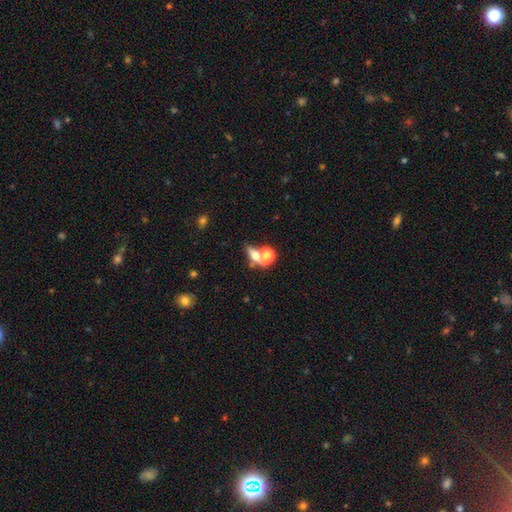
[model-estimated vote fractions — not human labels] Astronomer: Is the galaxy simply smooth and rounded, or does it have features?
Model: smooth — 60%.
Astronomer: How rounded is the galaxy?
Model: in between — 50% (runner-up: round, 36%).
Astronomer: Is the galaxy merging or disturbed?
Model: merger — 43% (runner-up: none, 41%).